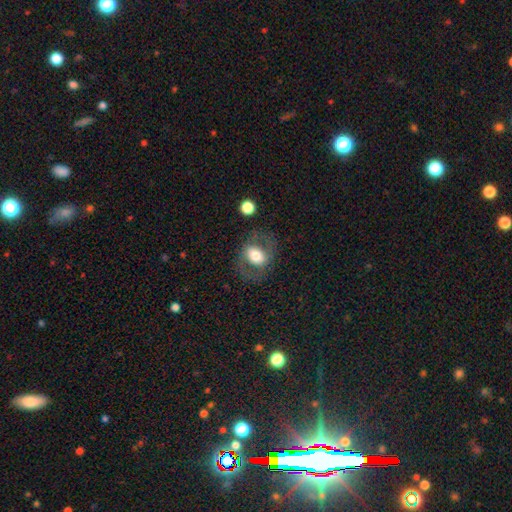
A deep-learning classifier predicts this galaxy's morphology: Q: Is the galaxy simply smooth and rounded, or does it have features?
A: smooth — 52%.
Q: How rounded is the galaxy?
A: in between — 58%.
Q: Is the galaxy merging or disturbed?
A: none — 70%.